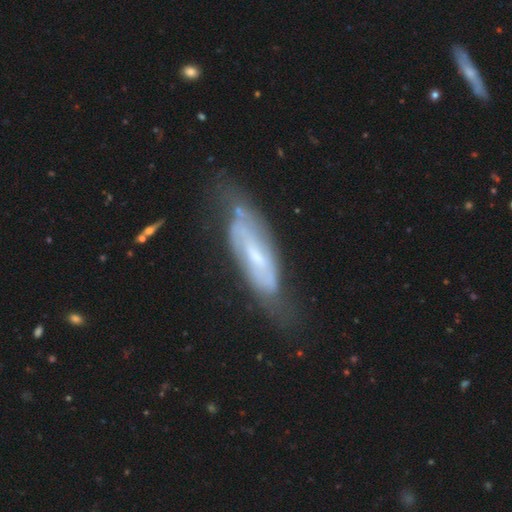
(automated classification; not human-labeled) Smooth or featured? Predicted: featured or disk (p=0.70). Edge-on disk? Predicted: no (p=0.75). Bar? Predicted: weak (p=0.42). Spiral arms? Predicted: yes (p=0.75). Bulge size? Predicted: small (p=0.60). Merging? Predicted: none (p=0.57).